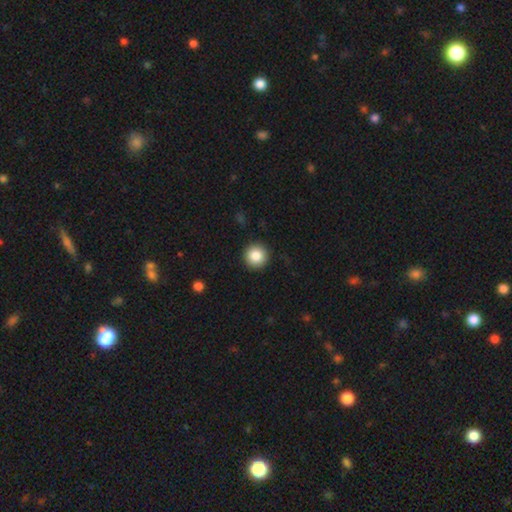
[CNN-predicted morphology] A smooth galaxy with no disk features (85%) that is round (96%). Merging: none (92%).